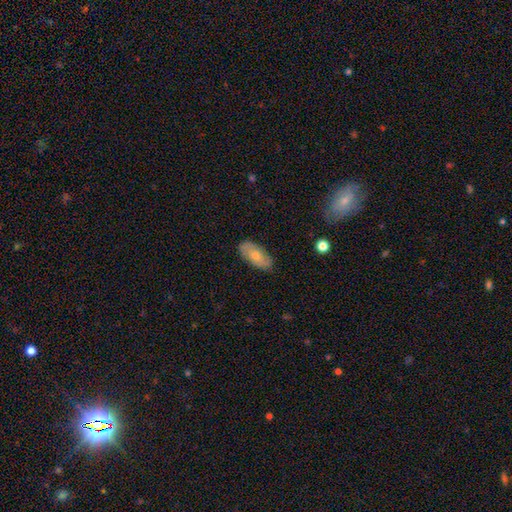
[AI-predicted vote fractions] Q: Smooth or featured?
A: smooth (65%); runner-up: featured or disk (29%)
Q: How rounded?
A: in between (91%); runner-up: cigar-shaped (6%)
Q: Merging?
A: none (83%); runner-up: minor disturbance (13%)